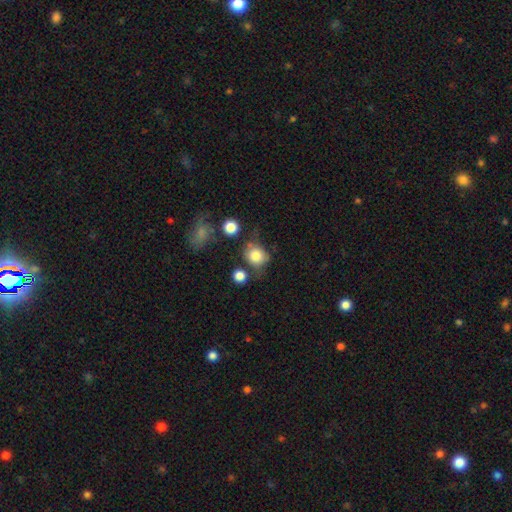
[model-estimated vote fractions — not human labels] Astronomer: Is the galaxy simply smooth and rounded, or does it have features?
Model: smooth — 80%.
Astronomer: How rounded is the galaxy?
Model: round — 71%.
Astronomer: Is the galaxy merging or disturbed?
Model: none — 56%.